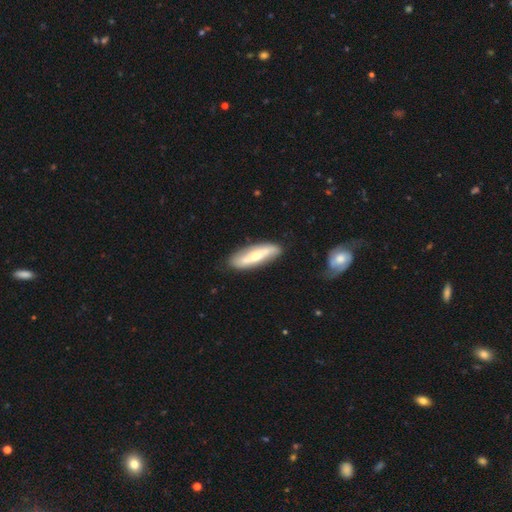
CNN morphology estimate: Smooth or featured? featured or disk (56%)
Edge-on disk? no (56%)
Merging? none (83%)